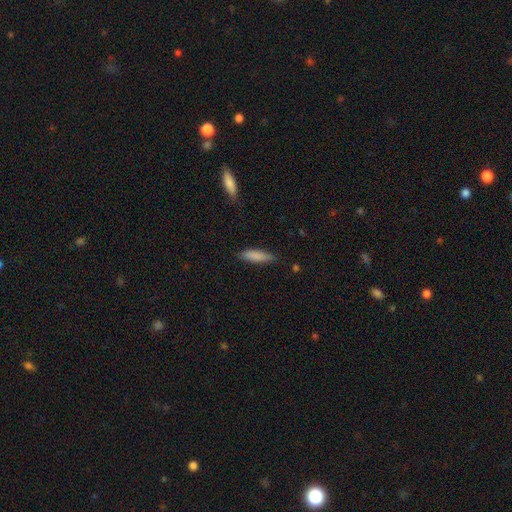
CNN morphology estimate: type=smooth (86%); roundness=cigar-shaped (65%); merging=none (84%).